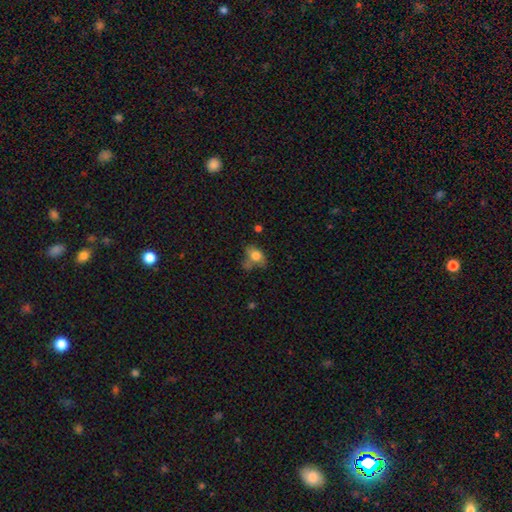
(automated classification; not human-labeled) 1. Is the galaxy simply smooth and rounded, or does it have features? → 74% smooth, 16% featured or disk, 10% star or artifact.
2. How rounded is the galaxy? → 69% in between, 29% round, 2% cigar-shaped.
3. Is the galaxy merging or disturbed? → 43% none, 28% minor disturbance, 16% merger, 13% major disturbance.